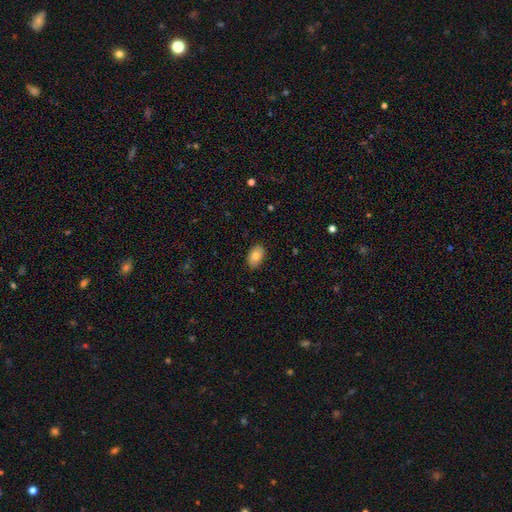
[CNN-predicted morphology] smooth-or-featured: smooth: 79% | featured or disk: 14% | star or artifact: 7%
  how-rounded: in between: 92% | round: 7% | cigar-shaped: 1%
  merging: none: 87% | minor disturbance: 10% | major disturbance: 2% | merger: 1%